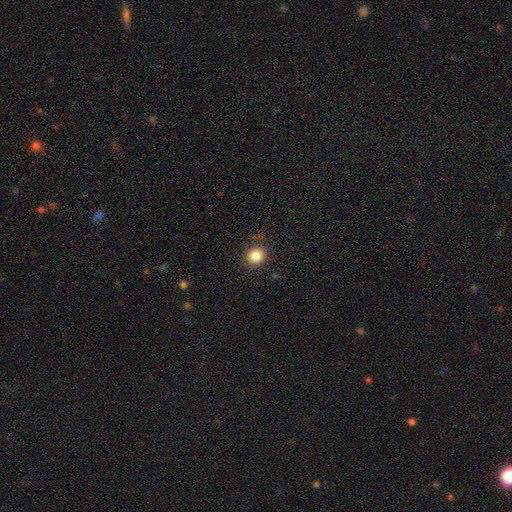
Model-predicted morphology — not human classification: Smooth or featured? smooth (84%)
How rounded? round (85%)
Merging? none (86%)